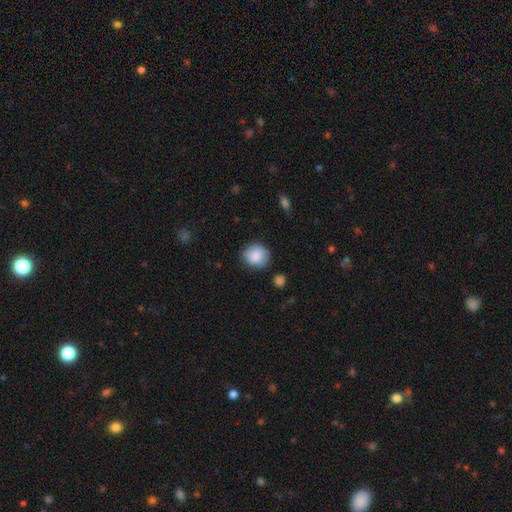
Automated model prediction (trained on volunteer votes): Overall: smooth (87%). How rounded: round (83%). Merging: none (82%).